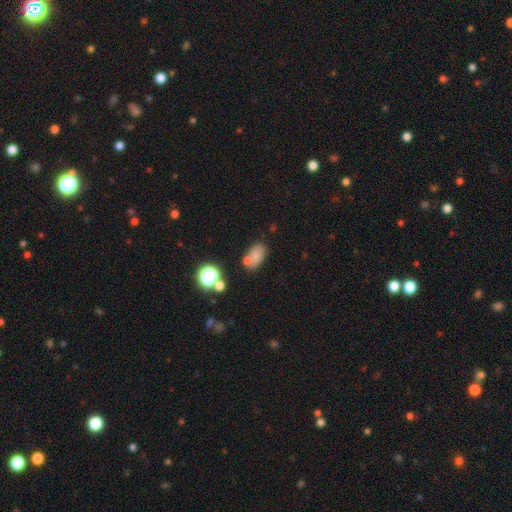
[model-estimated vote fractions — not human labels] This appears to be a smooth galaxy with no disk features (72%) that is in between round and cigar-shaped (84%). Merging: none (56%).